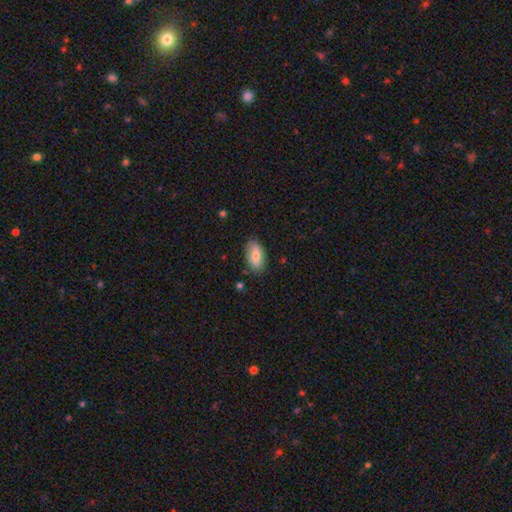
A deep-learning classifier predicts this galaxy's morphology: smooth-or-featured: smooth: 72% | featured or disk: 21% | star or artifact: 7%
  how-rounded: in between: 92% | cigar-shaped: 4% | round: 3%
  merging: none: 82% | minor disturbance: 14% | major disturbance: 3% | merger: 1%